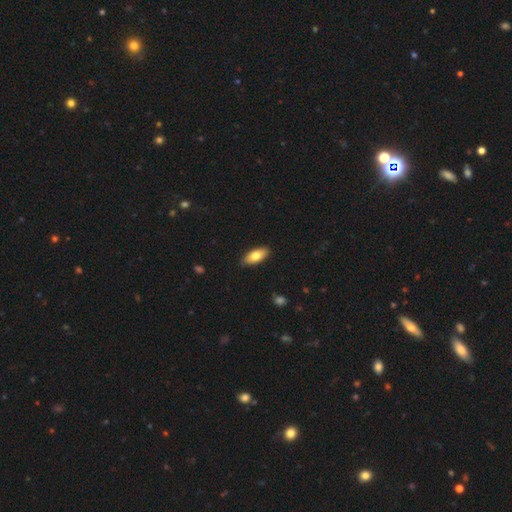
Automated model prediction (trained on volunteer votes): Smooth or featured? Predicted: smooth (p=0.76). How rounded? Predicted: in between (p=0.86). Merging? Predicted: none (p=0.87).